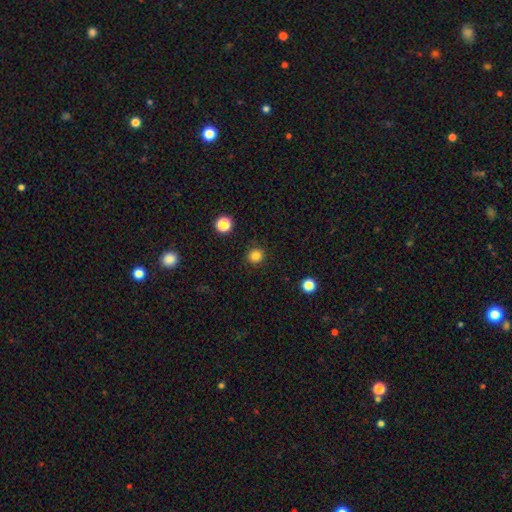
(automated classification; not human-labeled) Morphology: type=smooth (83%); roundness=round (90%); merging=none (90%).